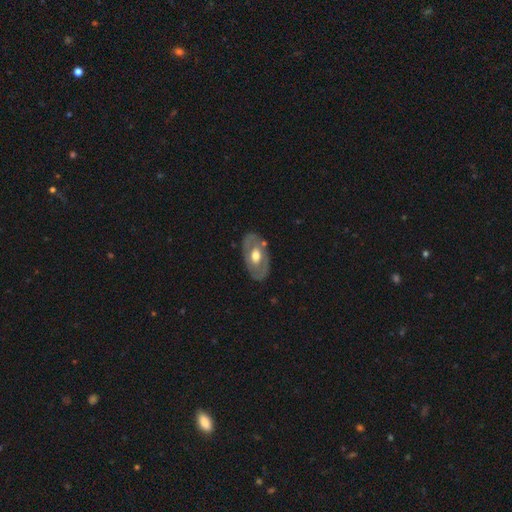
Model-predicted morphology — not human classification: type=featured or disk (58%); edge-on=no (89%); bar=no (71%); spiral arms=no (78%); bulge=moderate (68%); merging=none (78%).